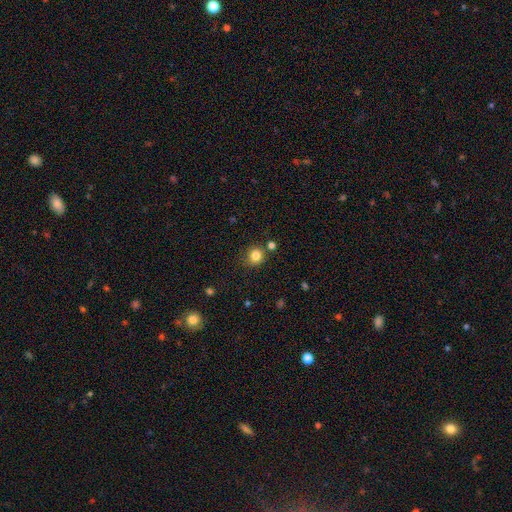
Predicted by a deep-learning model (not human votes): A smooth galaxy with no disk features (83%) that is round (87%). Merging: none (79%).